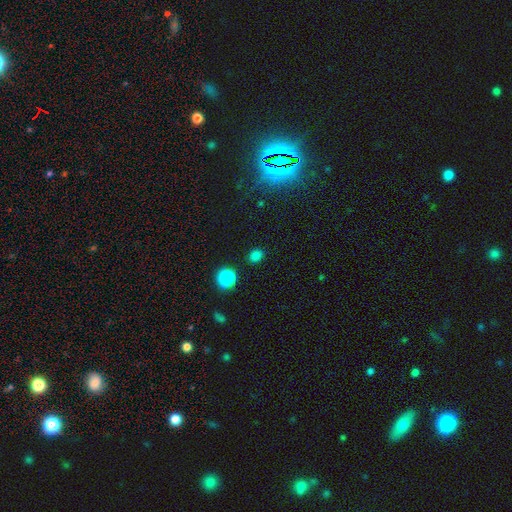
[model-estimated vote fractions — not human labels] Overall: smooth (80%). How rounded: round (54%; in between 44%). Merging: none (85%).